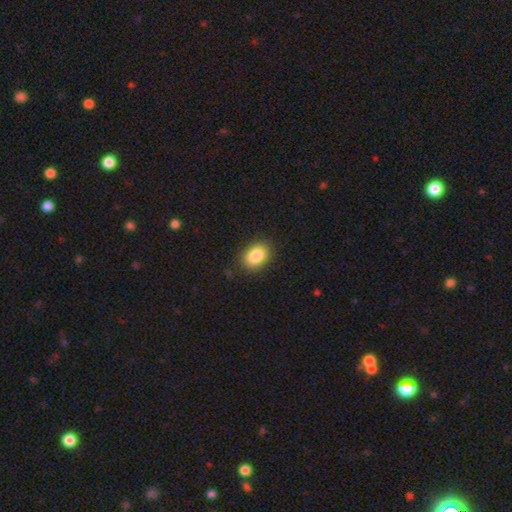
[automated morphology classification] This appears to be a smooth galaxy with no disk features (86%) that is in between round and cigar-shaped (79%). Merging: none (87%).